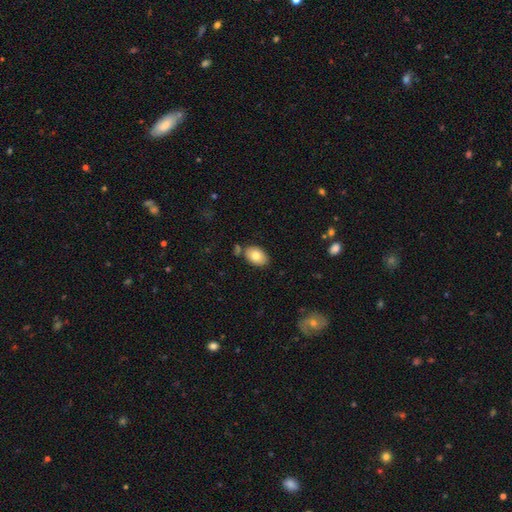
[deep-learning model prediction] Morphology: type=smooth (78%); roundness=in between (86%); merging=none (78%).